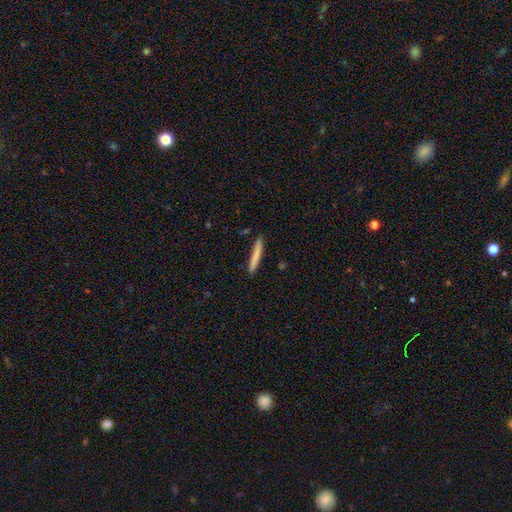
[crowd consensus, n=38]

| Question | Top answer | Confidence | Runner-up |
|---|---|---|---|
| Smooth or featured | smooth | 61% | featured or disk (29%) |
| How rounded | cigar-shaped | 100% | — |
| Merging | none | 91% | minor disturbance (9%) |